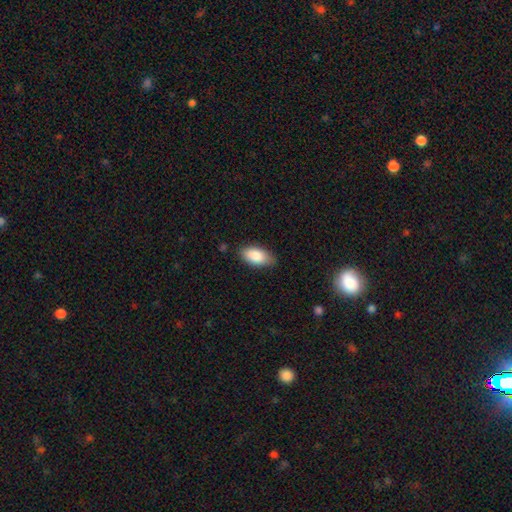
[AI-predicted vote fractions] Morphology: type=smooth (86%); roundness=in between (93%); merging=none (81%).